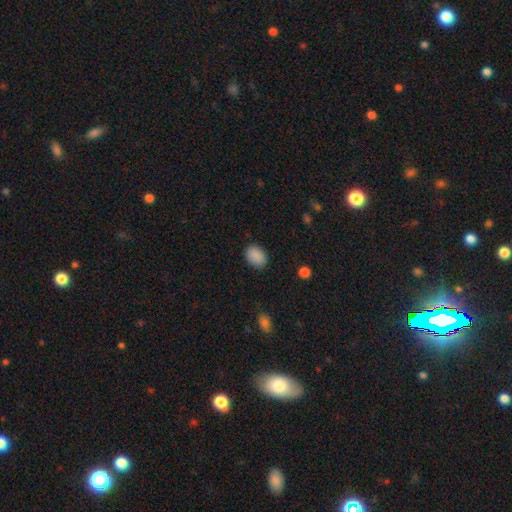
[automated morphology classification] Q: Smooth or featured?
A: smooth (89%); runner-up: star or artifact (8%)
Q: How rounded?
A: in between (74%); runner-up: round (25%)
Q: Merging?
A: none (87%); runner-up: minor disturbance (10%)